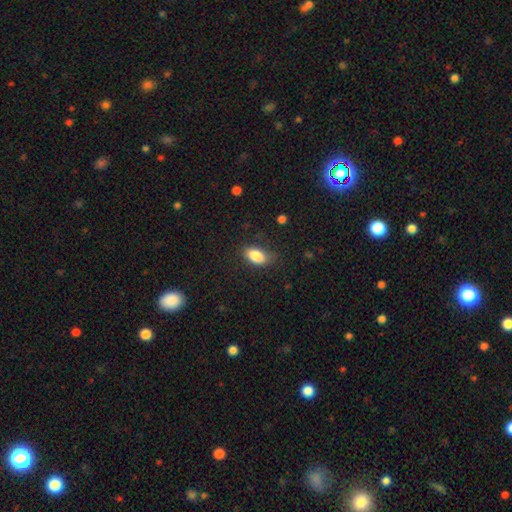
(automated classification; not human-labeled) This appears to be a smooth galaxy with no disk features (85%) that is in between round and cigar-shaped (90%). Merging: none (74%).